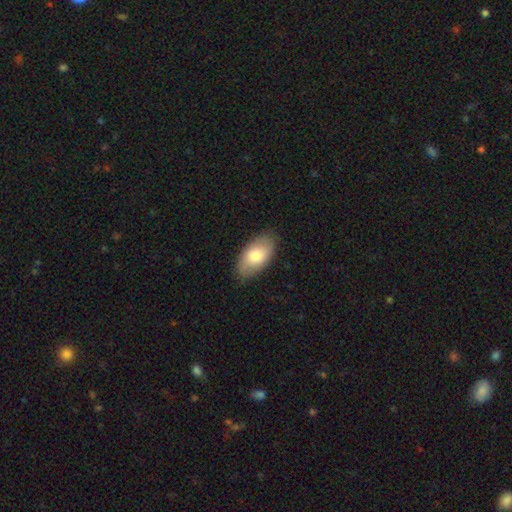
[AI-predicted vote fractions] Q: Smooth or featured?
A: smooth (74%); runner-up: featured or disk (20%)
Q: How rounded?
A: in between (94%); runner-up: round (4%)
Q: Merging?
A: none (82%); runner-up: minor disturbance (14%)